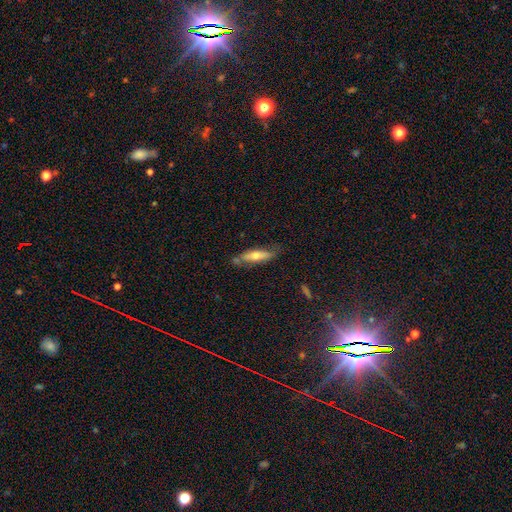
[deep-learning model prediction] Overall: smooth (48%; featured or disk 45%). Merging: none (66%).